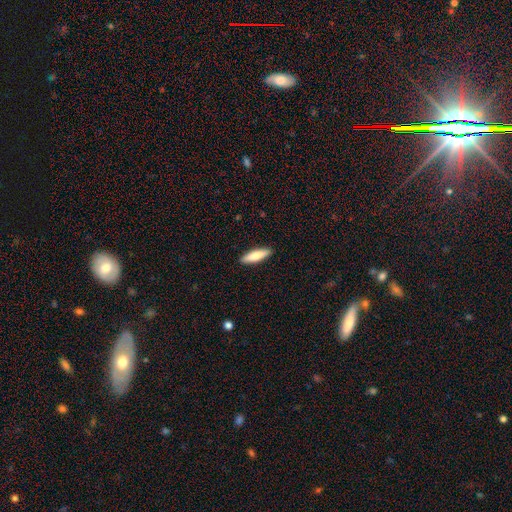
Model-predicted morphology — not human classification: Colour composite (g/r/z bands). It shows a smooth galaxy with no disk features (77%) that is cigar-shaped (68%). Merging: none (91%).